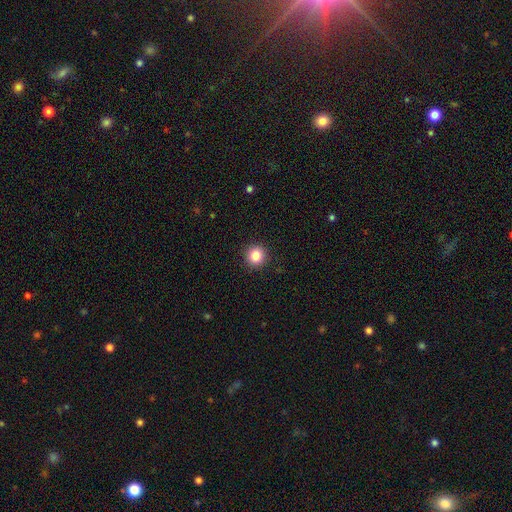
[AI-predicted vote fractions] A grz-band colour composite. It shows a smooth galaxy with no disk features (84%) that is round (92%). Merging: none (92%).